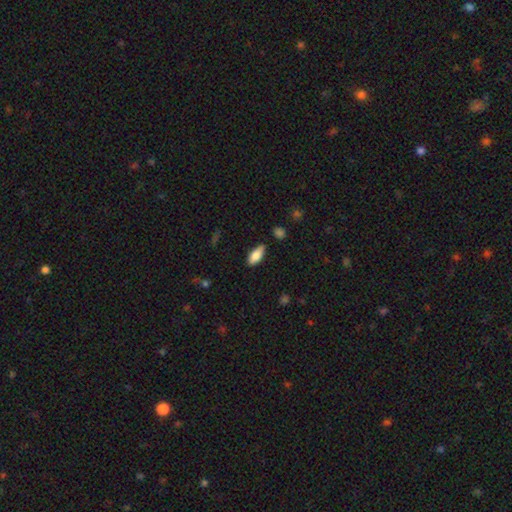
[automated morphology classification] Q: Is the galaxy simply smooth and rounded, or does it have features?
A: smooth — 80%.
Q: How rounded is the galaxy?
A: in between — 82%.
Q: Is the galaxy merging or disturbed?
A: none — 81%.